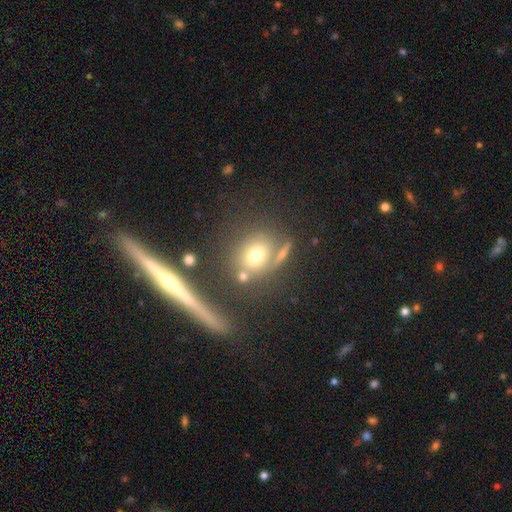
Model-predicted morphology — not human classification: Smooth or featured: smooth — 62% (featured or disk — 21%)
How rounded: round — 65% (in between — 30%)
Merging: none — 64% (merger — 17%)